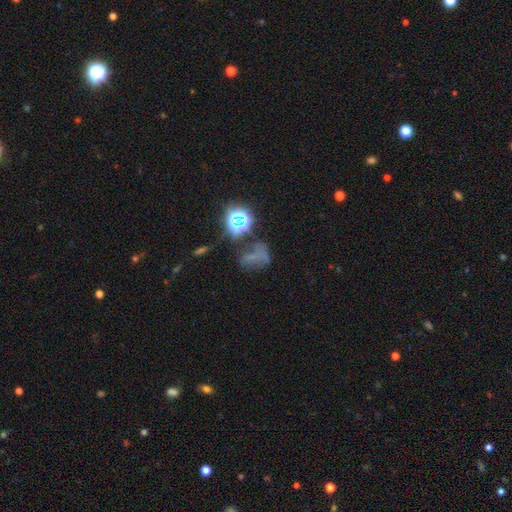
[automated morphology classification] This is possibly a star or artifact rather than a galaxy (49%).